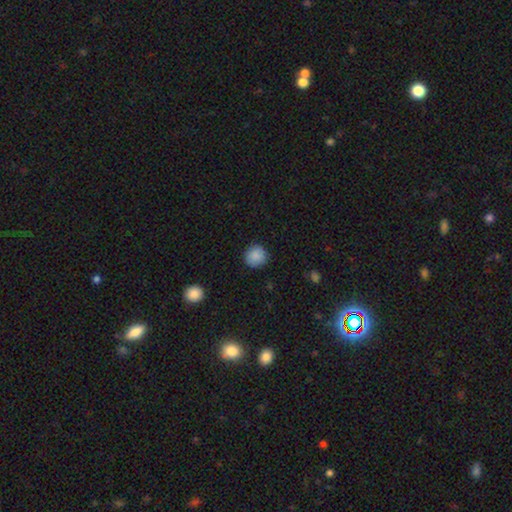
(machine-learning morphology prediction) Smooth or featured? Predicted: smooth (p=0.88). How rounded? Predicted: round (p=0.93). Merging? Predicted: none (p=0.89).